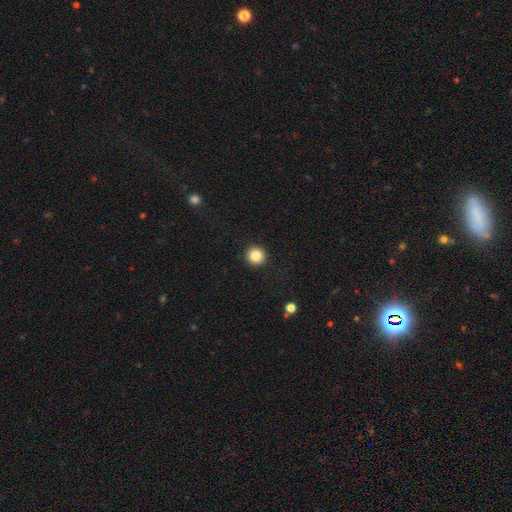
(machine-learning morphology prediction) This appears to be a smooth galaxy with no disk features (84%) that is round (95%). Merging: none (93%).